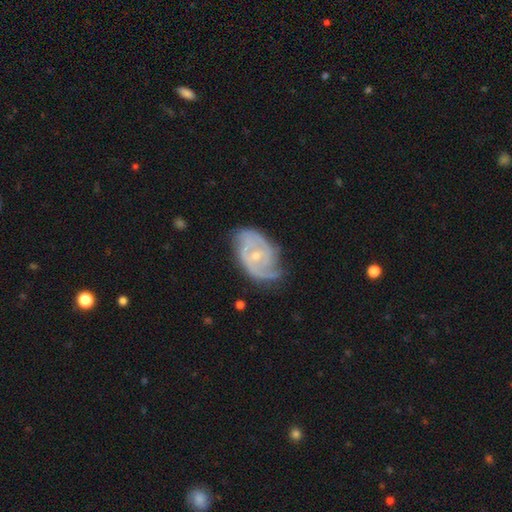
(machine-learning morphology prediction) Overall: featured or disk (85%). Edge-on disk: no (96%). Bar: no (59%; weak 33%). Spiral arms: yes (95%). Spiral arm count: 2 (47%; can't tell 21%). Spiral winding: tight (56%; medium 34%). Bulge size: small (63%; moderate 34%). Merging: none (64%; minor disturbance 26%).